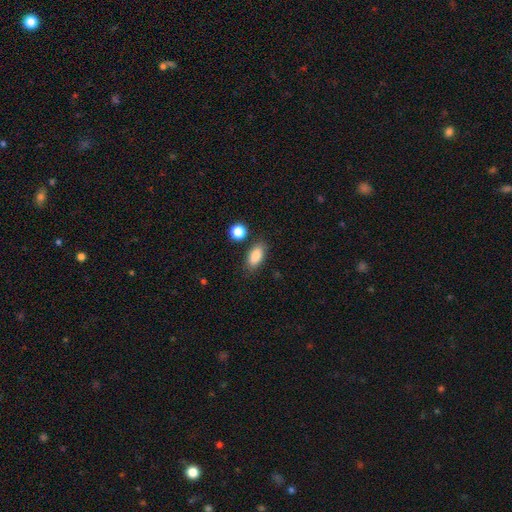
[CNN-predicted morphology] Overall: smooth (85%). How rounded: in between (87%). Merging: none (79%).